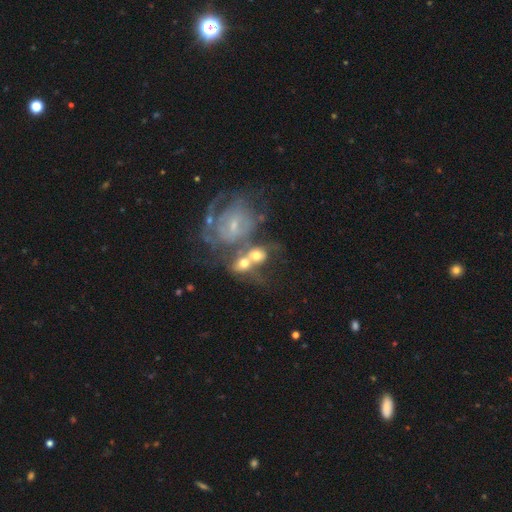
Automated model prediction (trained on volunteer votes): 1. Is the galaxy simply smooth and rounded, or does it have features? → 49% featured or disk, 40% smooth, 12% star or artifact.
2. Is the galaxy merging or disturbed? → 56% merger, 21% none, 13% major disturbance, 10% minor disturbance.